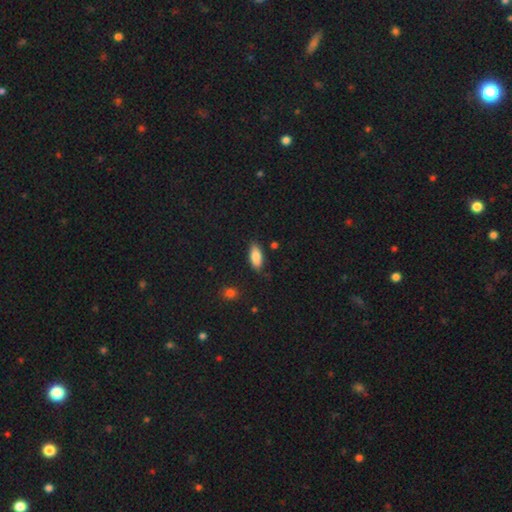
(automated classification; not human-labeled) This appears to be a smooth galaxy with no disk features (83%) that is in between round and cigar-shaped (82%). Merging: none (81%).